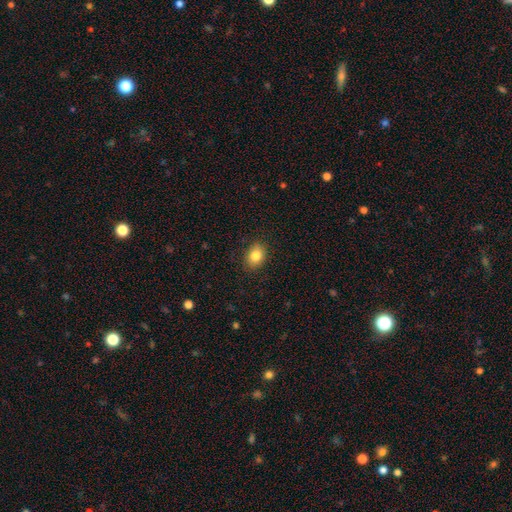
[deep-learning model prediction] A smooth galaxy with no disk features (84%) that is in between round and cigar-shaped (67%). Merging: none (88%).